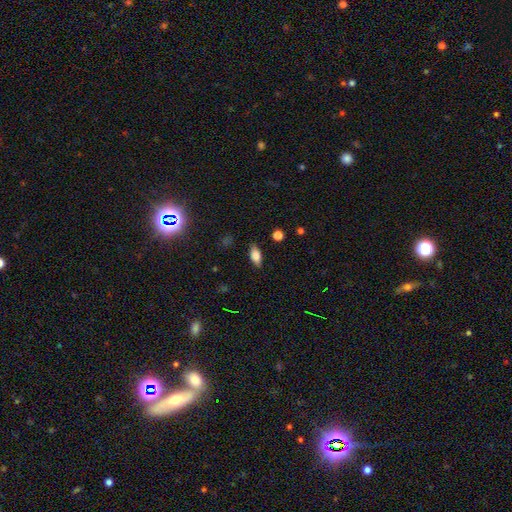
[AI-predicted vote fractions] Smooth or featured? smooth (78%)
How rounded? in between (85%)
Merging? none (86%)